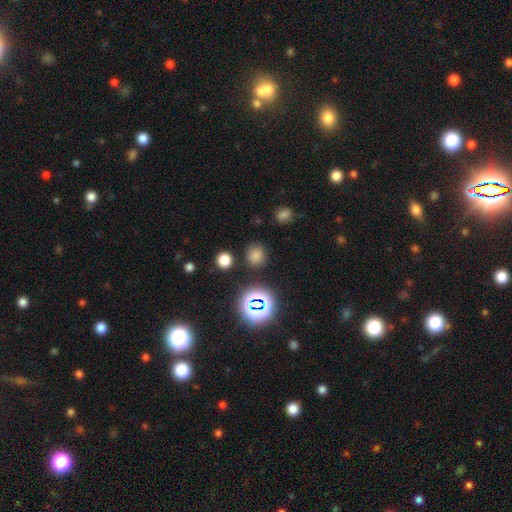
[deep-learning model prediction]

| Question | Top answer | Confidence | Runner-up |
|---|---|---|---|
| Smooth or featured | smooth | 72% | star or artifact (23%) |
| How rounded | round | 78% | in between (21%) |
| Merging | none | 83% | minor disturbance (10%) |